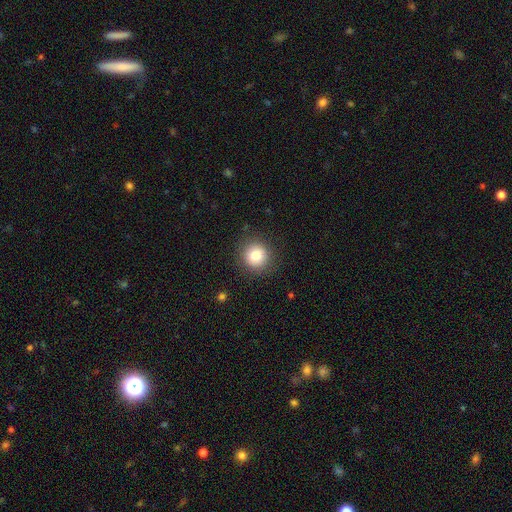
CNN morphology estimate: type=smooth (82%); roundness=round (92%); merging=none (89%).